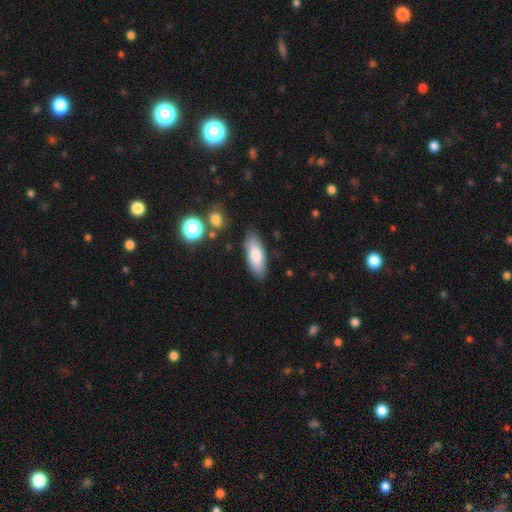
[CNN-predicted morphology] Smooth or featured?
  - smooth: 80% *
  - featured or disk: 14%
  - star or artifact: 6%
How rounded?
  - in between: 73% *
  - cigar-shaped: 25%
  - round: 2%
Merging?
  - none: 83% *
  - minor disturbance: 12%
  - major disturbance: 3%
  - merger: 2%